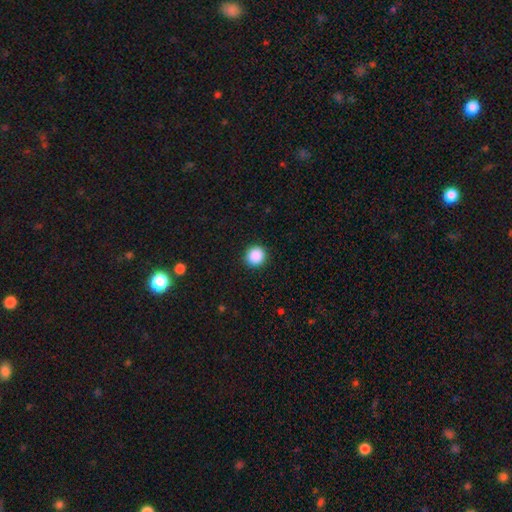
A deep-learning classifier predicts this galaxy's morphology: Smooth or featured? smooth (89%)
How rounded? round (94%)
Merging? none (92%)